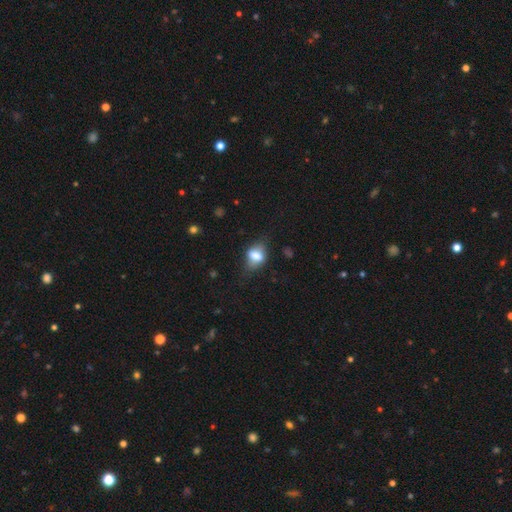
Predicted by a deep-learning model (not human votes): smooth 67%, featured or disk 24%, star or artifact 9%. Down the decision tree: how rounded — in between (73%); merging — none (58%).